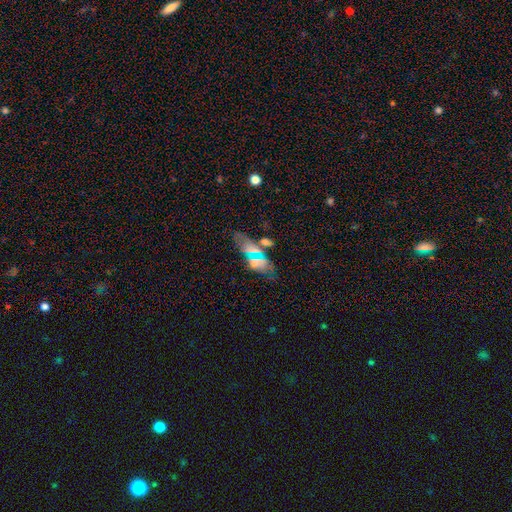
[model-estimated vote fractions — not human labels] smooth 52%, featured or disk 29%, star or artifact 19%. Down the decision tree: how rounded — in between (76%); merging — none (61%).